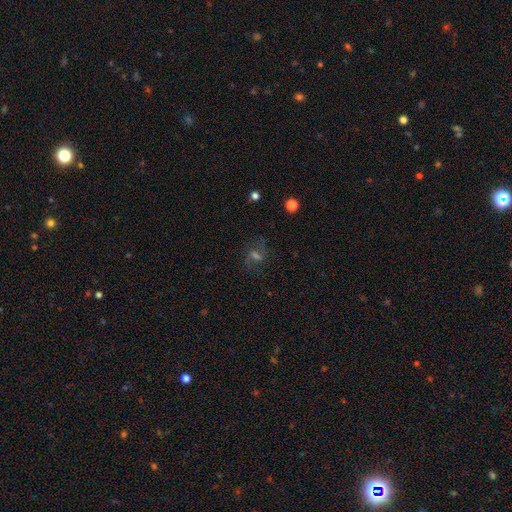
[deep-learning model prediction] smooth_or_featured: featured or disk (p=0.57) [alt: smooth p=0.22]
disk_edge_on: no (p=0.95) [alt: yes p=0.05]
bar: weak (p=0.53) [alt: no p=0.25]
has_spiral_arms: yes (p=0.88) [alt: no p=0.12]
bulge_size: moderate (p=0.40) [alt: small p=0.31]
merging: none (p=0.73) [alt: minor disturbance p=0.14]